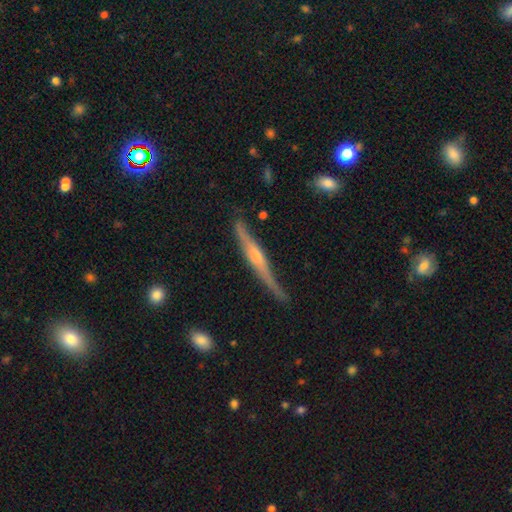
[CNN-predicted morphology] Q: Smooth or featured?
A: featured or disk (76%); runner-up: smooth (18%)
Q: Edge-on disk?
A: yes (97%); runner-up: no (3%)
Q: Edge-on bulge?
A: rounded (74%); runner-up: none (16%)
Q: Merging?
A: none (76%); runner-up: minor disturbance (18%)